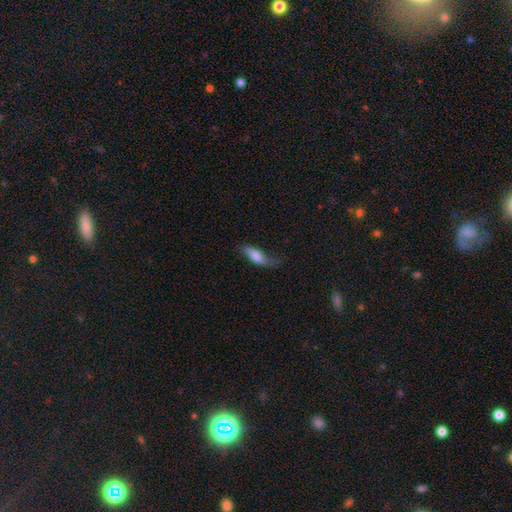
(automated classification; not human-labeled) A smooth galaxy with no disk features (73%) that is in between round and cigar-shaped (66%).

Vote fractions:
- Smooth or featured? smooth: 73% / featured or disk: 20% / star or artifact: 7%
- How rounded? in between: 66% / cigar-shaped: 31% / round: 3%
- Merging? none: 46% / minor disturbance: 34% / major disturbance: 18% / merger: 2%